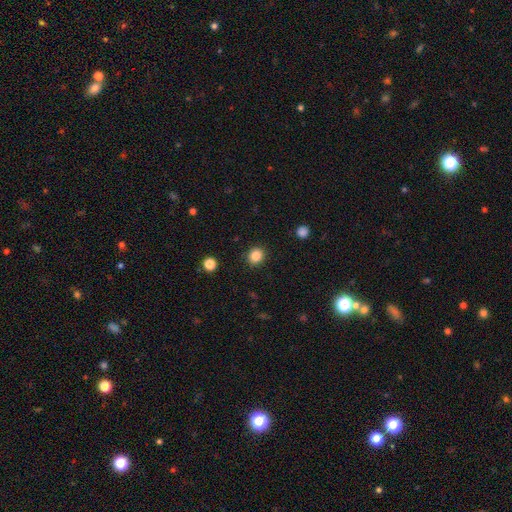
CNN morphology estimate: smooth-or-featured: smooth: 85% | star or artifact: 11% | featured or disk: 4%
  how-rounded: round: 71% | in between: 28% | cigar-shaped: 1%
  merging: none: 90% | minor disturbance: 7% | major disturbance: 2% | merger: 1%